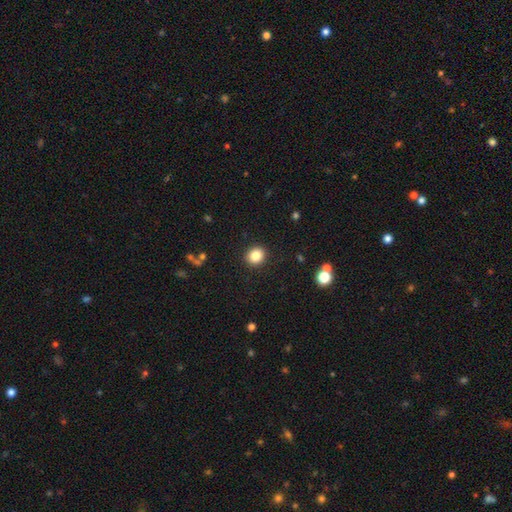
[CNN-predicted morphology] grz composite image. It shows a smooth galaxy with no disk features (84%) that is round (76%). Merging: none (91%).